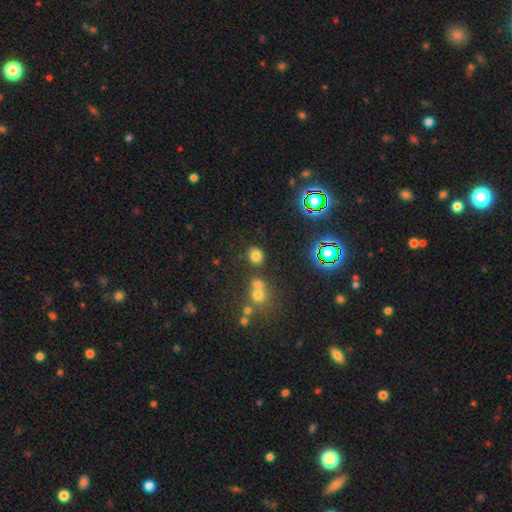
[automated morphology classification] type=smooth (73%); roundness=round (73%); merging=none (75%).